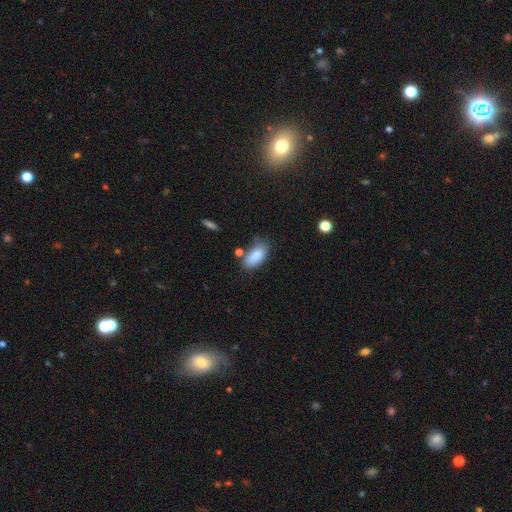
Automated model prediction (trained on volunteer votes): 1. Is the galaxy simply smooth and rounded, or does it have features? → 87% smooth, 7% star or artifact, 6% featured or disk.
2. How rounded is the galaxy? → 91% in between, 5% cigar-shaped, 3% round.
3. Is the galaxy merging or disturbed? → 67% none, 19% minor disturbance, 8% merger, 5% major disturbance.